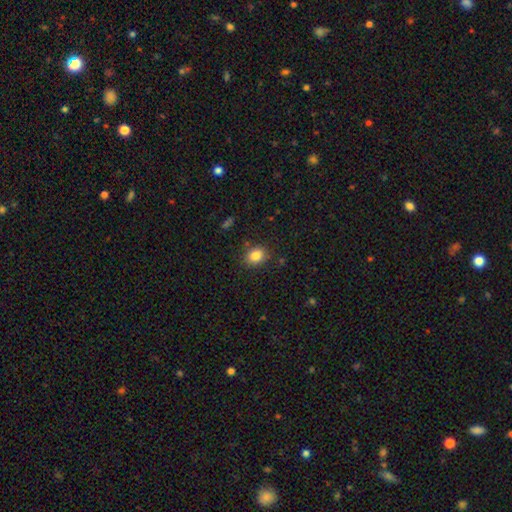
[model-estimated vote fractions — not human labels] This is clearly a smooth galaxy (84%). How rounded: possibly round (50%). Merging: clearly none (84%).